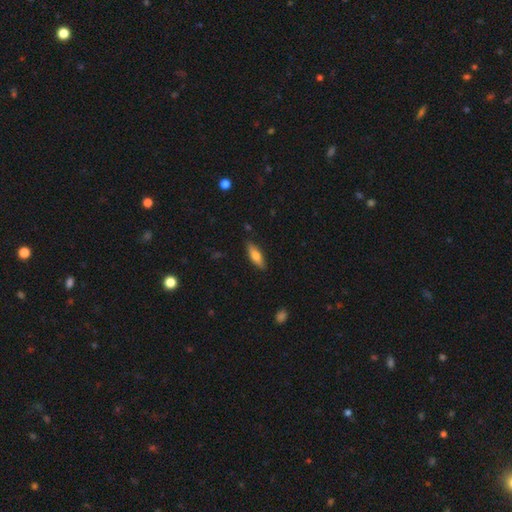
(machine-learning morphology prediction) type=smooth (67%); roundness=in between (52%); merging=none (86%).